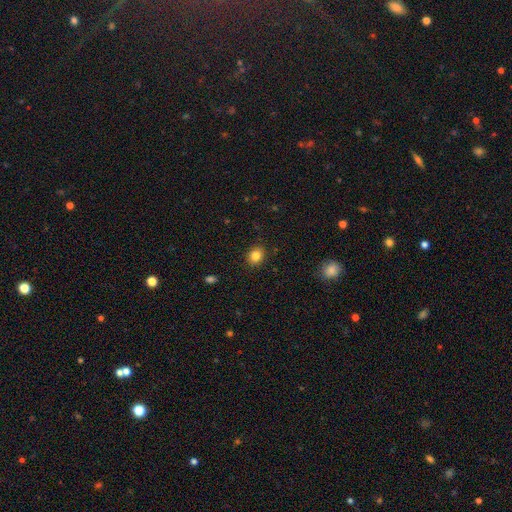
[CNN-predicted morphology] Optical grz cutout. It shows a smooth galaxy with no disk features (84%) that is round (63%). Merging: none (88%).